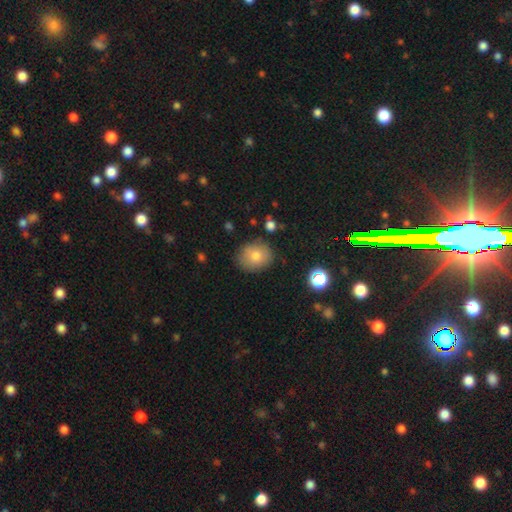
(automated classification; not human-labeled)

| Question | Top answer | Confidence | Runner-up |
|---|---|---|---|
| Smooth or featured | smooth | 76% | featured or disk (14%) |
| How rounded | round | 63% | in between (36%) |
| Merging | none | 82% | minor disturbance (13%) |